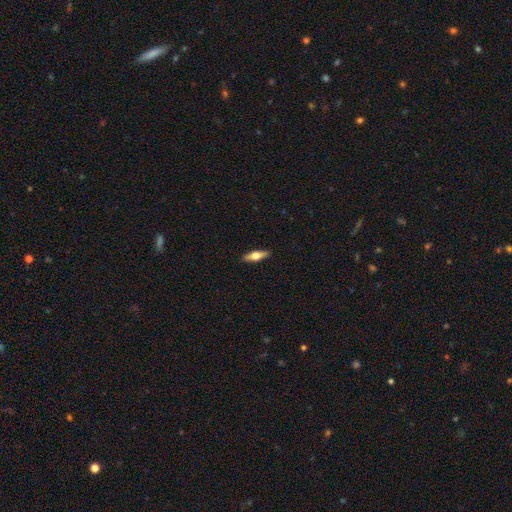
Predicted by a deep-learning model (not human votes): A smooth galaxy with no disk features (48%). Merging: none (91%).